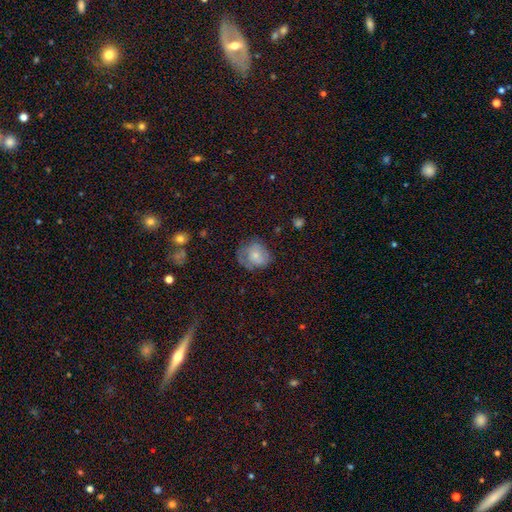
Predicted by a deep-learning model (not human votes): smooth-or-featured: smooth: 66% | featured or disk: 25% | star or artifact: 9%
  how-rounded: round: 68% | in between: 31% | cigar-shaped: 1%
  merging: none: 50% | minor disturbance: 29% | major disturbance: 19% | merger: 2%